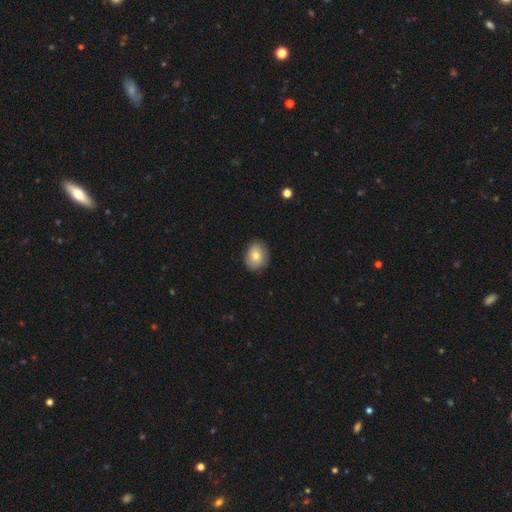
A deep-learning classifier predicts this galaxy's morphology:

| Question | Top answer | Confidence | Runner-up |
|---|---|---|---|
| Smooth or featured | smooth | 76% | featured or disk (16%) |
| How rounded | in between | 50% | round (49%) |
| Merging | none | 82% | minor disturbance (15%) |